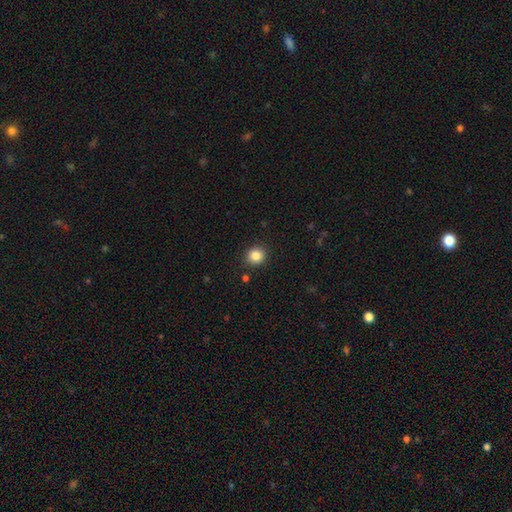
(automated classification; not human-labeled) Smooth or featured? Predicted: smooth (p=0.85). How rounded? Predicted: round (p=0.89). Merging? Predicted: none (p=0.90).